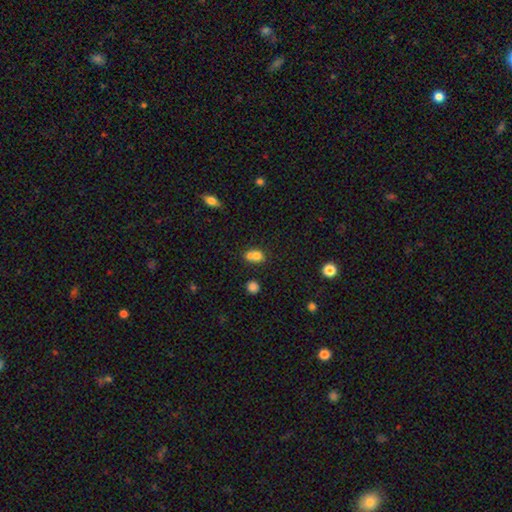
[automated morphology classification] This appears to be a smooth galaxy with no disk features (75%) that is round (53%). Merging: merger (54%).